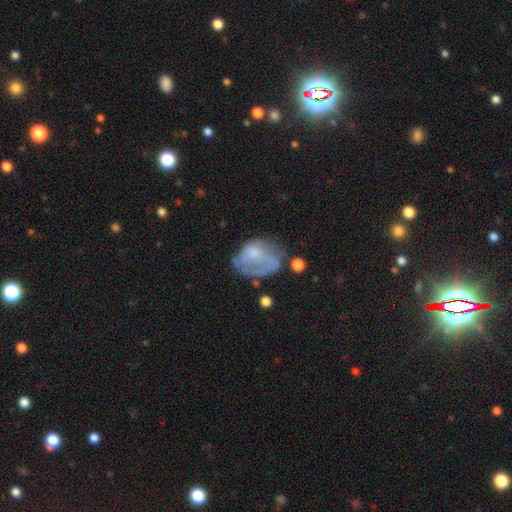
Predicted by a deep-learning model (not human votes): smooth-or-featured: featured or disk: 48% | smooth: 43% | star or artifact: 9%
  merging: none: 35% | major disturbance: 31% | minor disturbance: 27% | merger: 7%